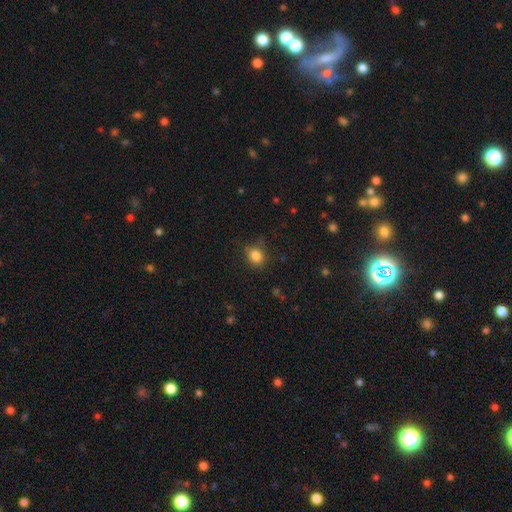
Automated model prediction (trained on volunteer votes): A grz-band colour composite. It shows a smooth galaxy with no disk features (84%) that is round (66%). Merging: none (76%).